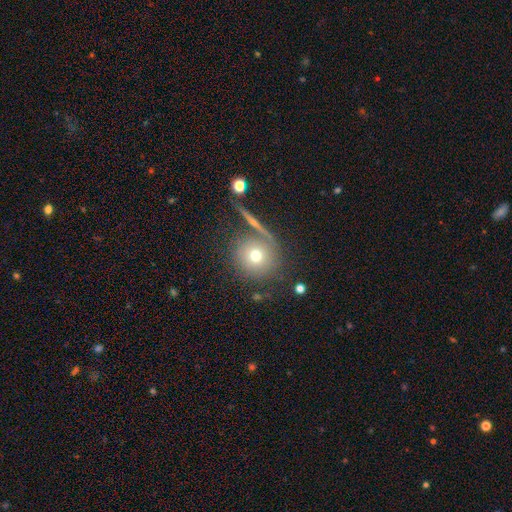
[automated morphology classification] smooth 66%, featured or disk 20%, star or artifact 14%. Down the decision tree: how rounded — round (93%); merging — none (75%).